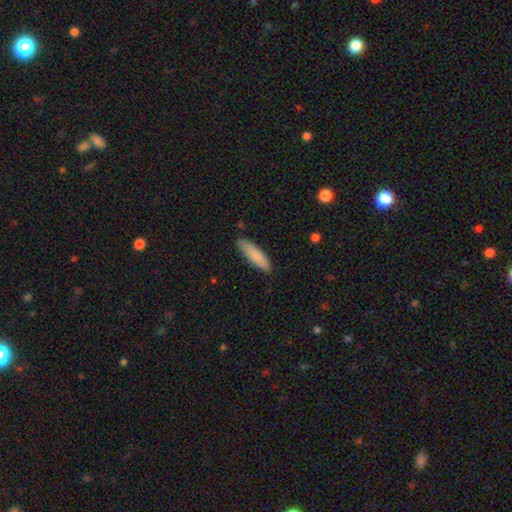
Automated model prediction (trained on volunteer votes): smooth 83%, featured or disk 11%, star or artifact 6%. Down the decision tree: how rounded — cigar-shaped (65%); merging — none (85%).